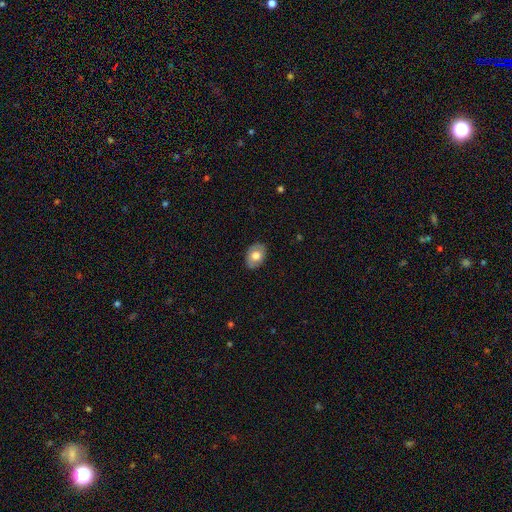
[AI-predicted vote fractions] Smooth or featured? smooth (67%)
How rounded? in between (77%)
Merging? none (84%)